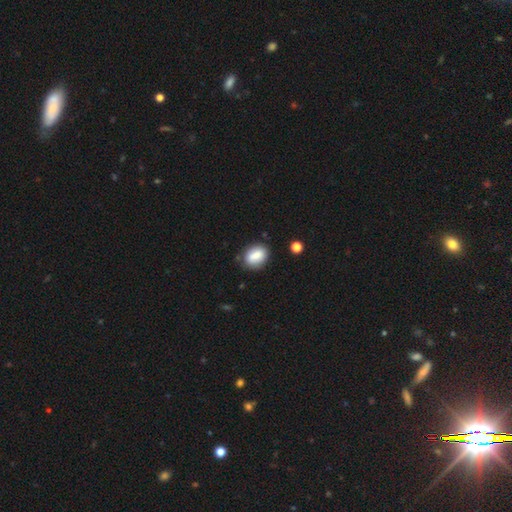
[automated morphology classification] Smooth or featured? smooth (80%)
How rounded? in between (72%)
Merging? none (76%)